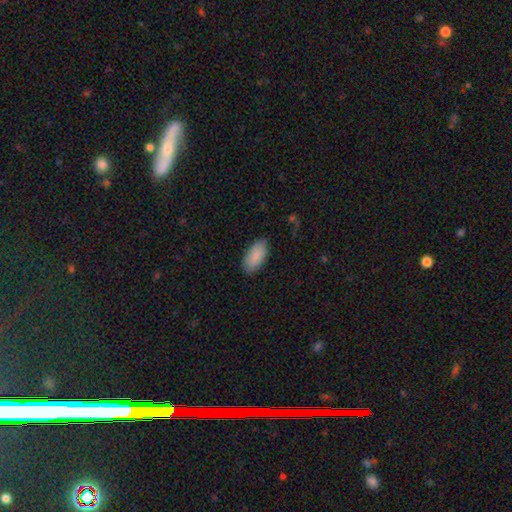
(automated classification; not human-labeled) smooth-or-featured: smooth: 89% | star or artifact: 6% | featured or disk: 5%
  how-rounded: in between: 93% | cigar-shaped: 5% | round: 2%
  merging: none: 87% | minor disturbance: 10% | major disturbance: 2% | merger: 1%